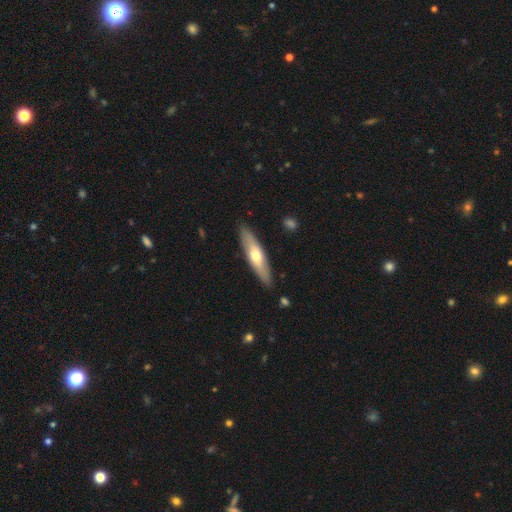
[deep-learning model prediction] Smooth or featured? smooth (50%)
How rounded? cigar-shaped (69%)
Merging? none (88%)